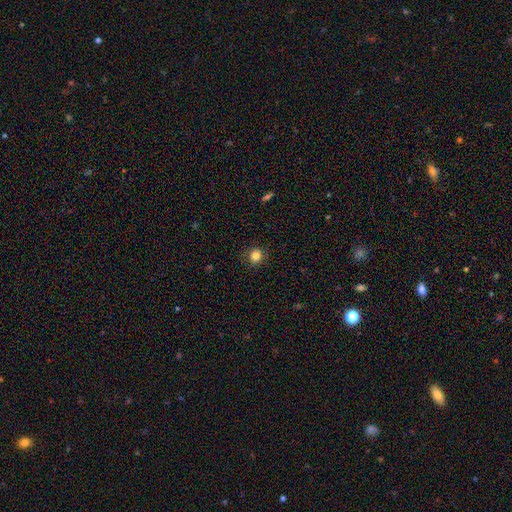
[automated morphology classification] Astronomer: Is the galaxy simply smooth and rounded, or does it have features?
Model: smooth — 83%.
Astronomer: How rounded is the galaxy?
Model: round — 84%.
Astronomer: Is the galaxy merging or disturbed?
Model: none — 85%.